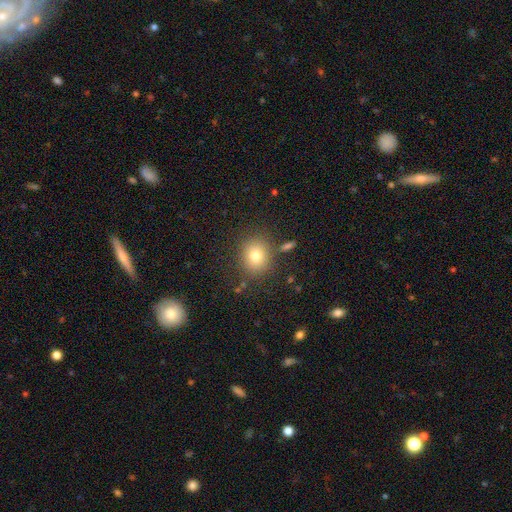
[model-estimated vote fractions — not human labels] Morphology: type=smooth (78%); roundness=round (73%); merging=none (82%).